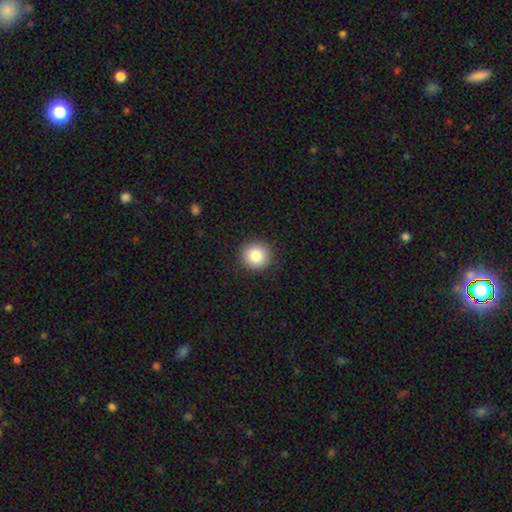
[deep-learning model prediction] Smooth or featured? smooth (83%)
How rounded? round (94%)
Merging? none (91%)